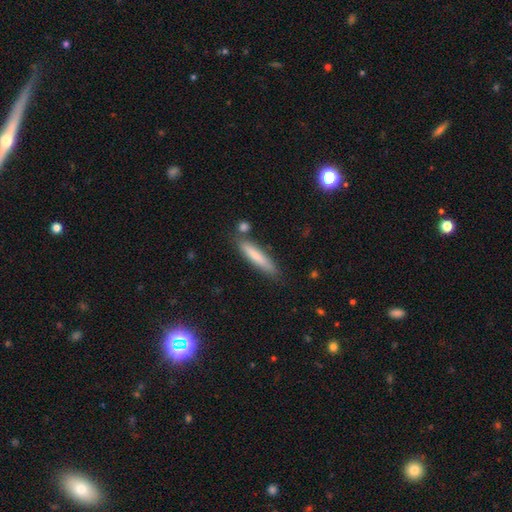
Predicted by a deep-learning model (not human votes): The model was most divided on "smooth or featured": smooth: 75%, featured or disk: 19%, star or artifact: 6%. More confident: how rounded — cigar-shaped (88%); merging — none (78%).